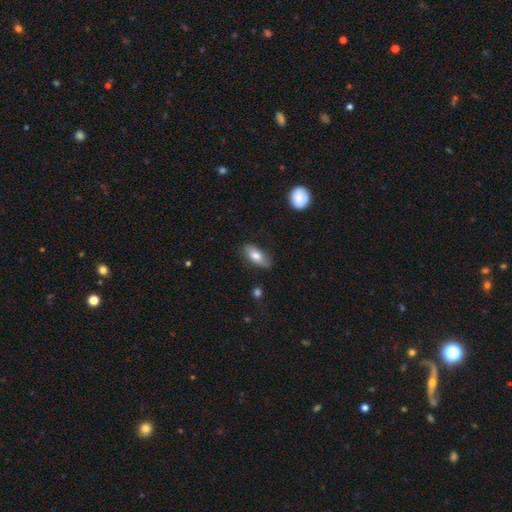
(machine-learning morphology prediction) A smooth galaxy with no disk features (76%) that is in between round and cigar-shaped (83%).

Vote fractions:
- Smooth or featured? smooth: 76% / featured or disk: 18% / star or artifact: 7%
- How rounded? in between: 83% / cigar-shaped: 14% / round: 3%
- Merging? none: 75% / minor disturbance: 19% / major disturbance: 4% / merger: 2%